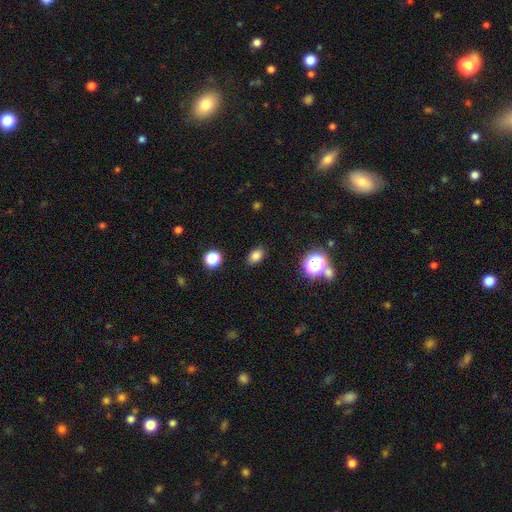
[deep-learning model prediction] smooth 81%, star or artifact 13%, featured or disk 6%. Down the decision tree: how rounded — in between (80%); merging — none (87%).